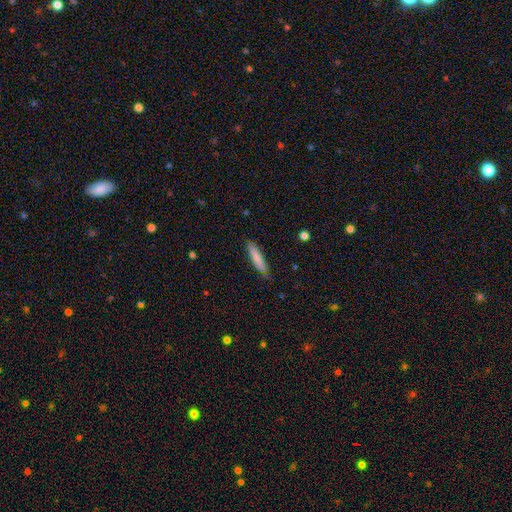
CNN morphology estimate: Overall: smooth (79%). How rounded: cigar-shaped (87%). Merging: none (81%).